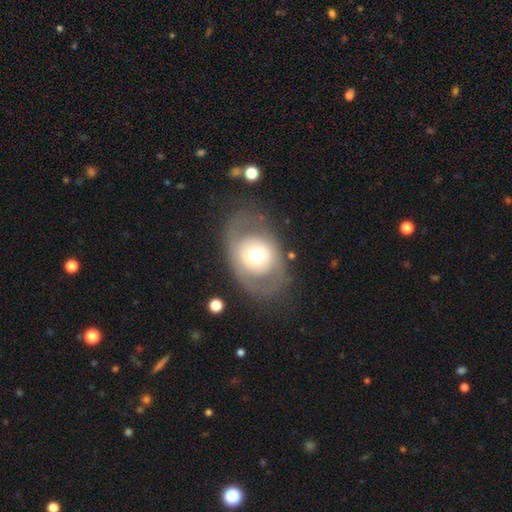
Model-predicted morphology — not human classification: Overall: featured or disk (47%; smooth 46%). Merging: none (71%).